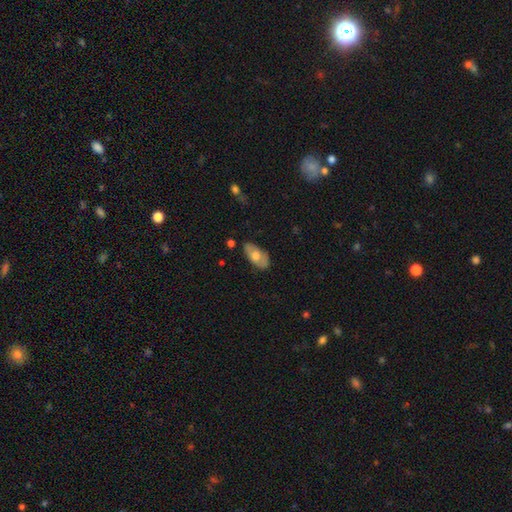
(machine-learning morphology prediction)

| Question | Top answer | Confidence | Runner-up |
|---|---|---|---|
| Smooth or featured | smooth | 60% | featured or disk (34%) |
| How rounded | in between | 93% | round (4%) |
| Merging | none | 75% | minor disturbance (19%) |